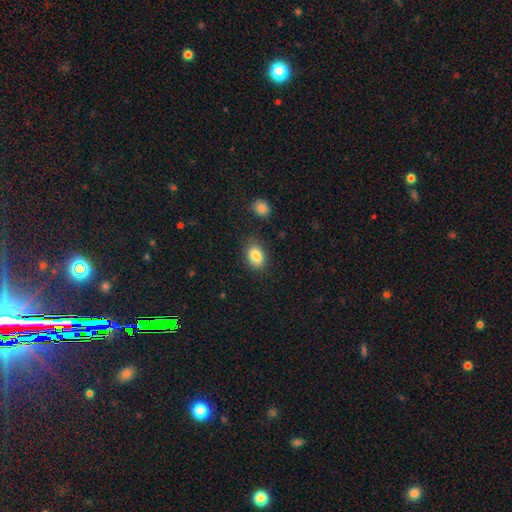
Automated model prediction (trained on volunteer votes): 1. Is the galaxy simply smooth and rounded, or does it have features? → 85% smooth, 8% star or artifact, 6% featured or disk.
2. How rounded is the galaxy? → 83% in between, 16% round, 1% cigar-shaped.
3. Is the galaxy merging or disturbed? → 79% none, 15% minor disturbance, 4% major disturbance, 3% merger.